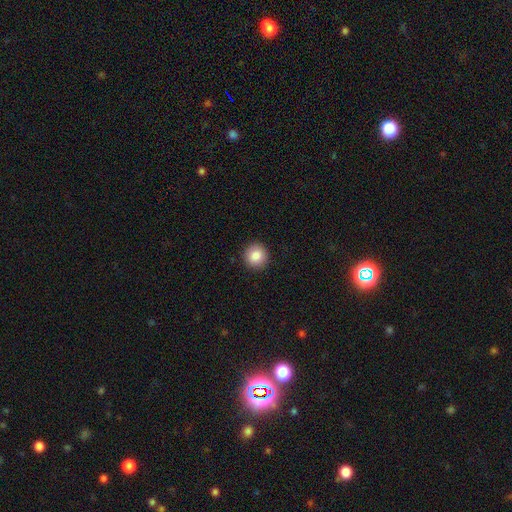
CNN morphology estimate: A smooth galaxy with no disk features (86%) that is round (94%). Merging: none (92%).